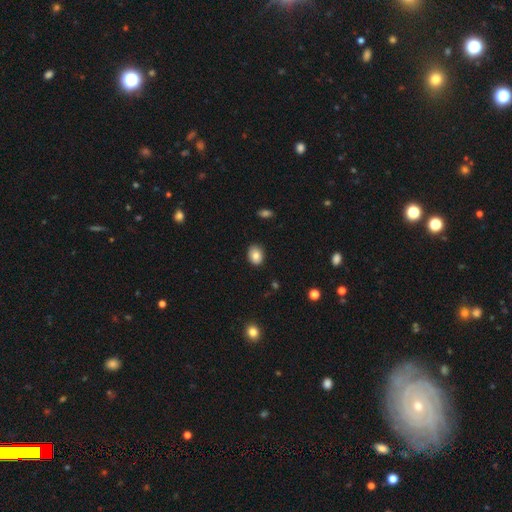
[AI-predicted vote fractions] Smooth or featured: smooth — 80% (featured or disk — 11%)
How rounded: in between — 51% (round — 48%)
Merging: none — 85% (minor disturbance — 11%)